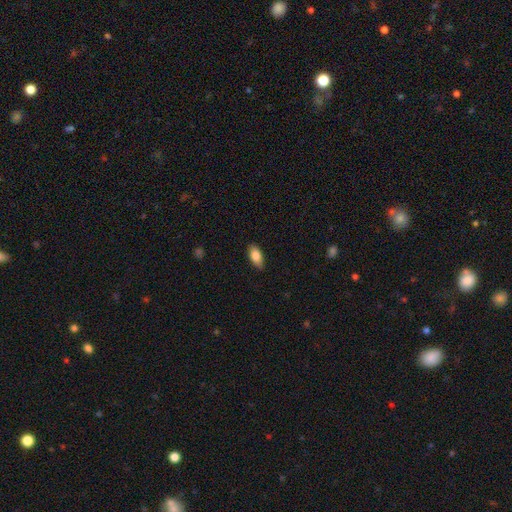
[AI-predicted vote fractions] Overall: smooth (84%). How rounded: in between (90%). Merging: none (87%).